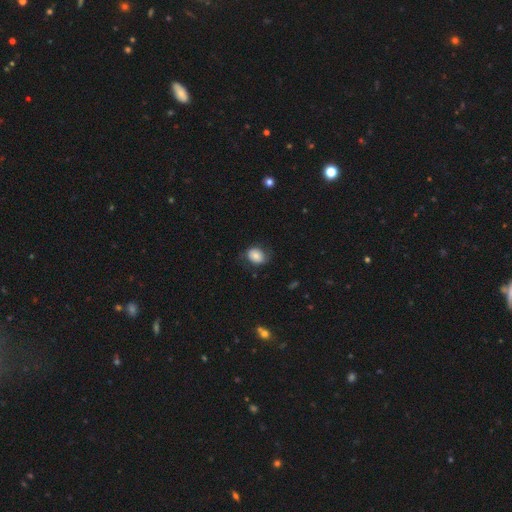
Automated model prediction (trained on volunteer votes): The model was most divided on "how rounded": in between: 58%, round: 41%, cigar-shaped: 1%. More confident: smooth or featured — smooth (74%); merging — none (66%).